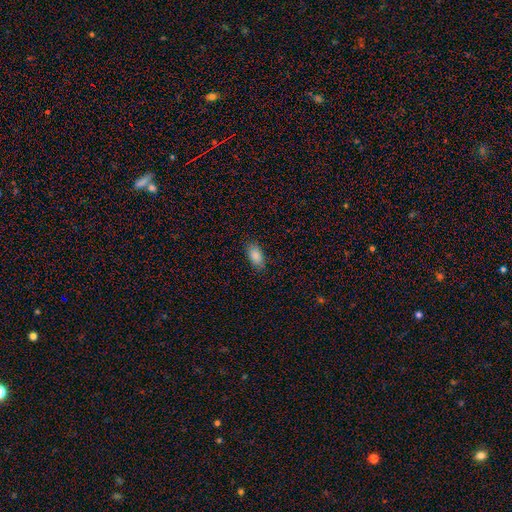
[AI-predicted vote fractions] Morphology: type=smooth (87%); roundness=in between (91%); merging=none (85%).